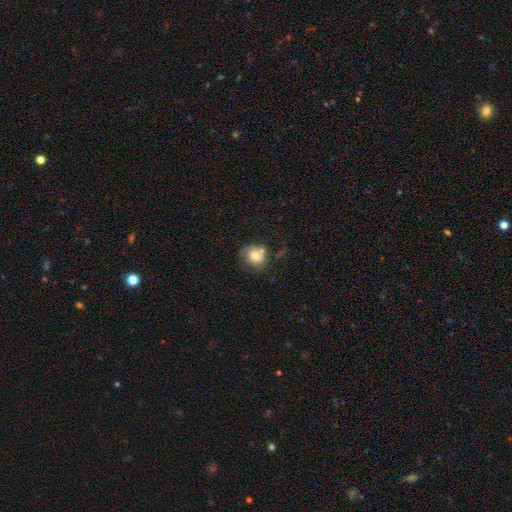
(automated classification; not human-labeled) smooth-or-featured: smooth: 71% | featured or disk: 20% | star or artifact: 9%
  how-rounded: round: 66% | in between: 33% | cigar-shaped: 1%
  merging: none: 50% | minor disturbance: 21% | merger: 21% | major disturbance: 8%